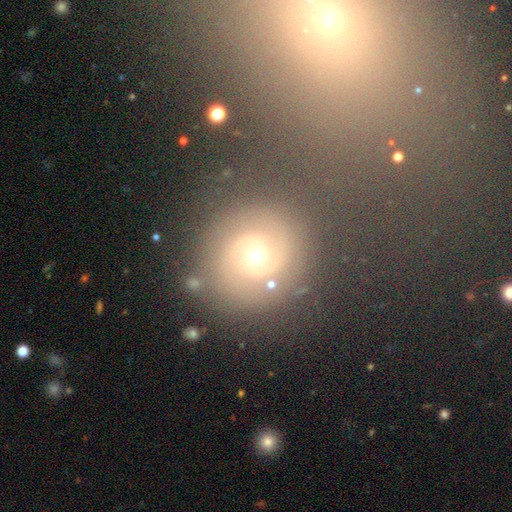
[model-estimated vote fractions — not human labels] The model was most divided on "bulge size": small: 52%, moderate: 44%, large: 2%, none: 1%, dominant: 1%. More confident: edge-on disk — no (98%); spiral arms — yes (93%); spiral arm count — 2 (78%); smooth or featured — featured or disk (72%); merging — none (72%); bar — no (71%); spiral winding — tight (55%).